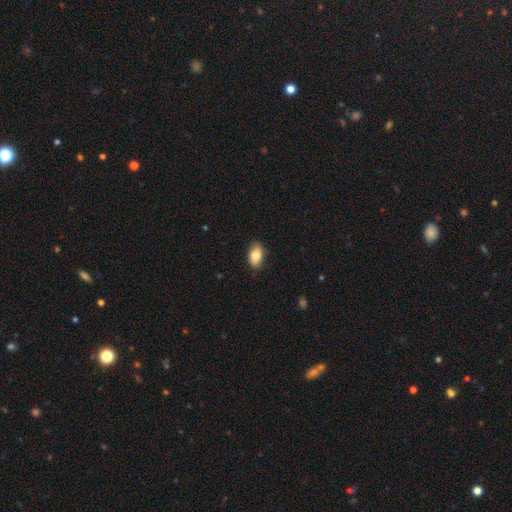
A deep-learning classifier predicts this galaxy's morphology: Q: Smooth or featured?
A: smooth (85%); runner-up: featured or disk (8%)
Q: How rounded?
A: in between (91%); runner-up: round (8%)
Q: Merging?
A: none (84%); runner-up: minor disturbance (12%)